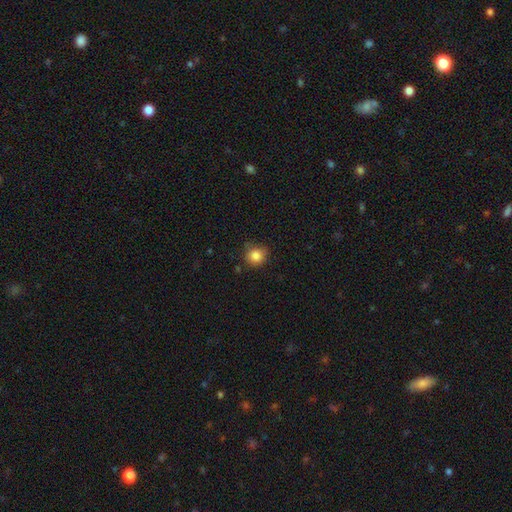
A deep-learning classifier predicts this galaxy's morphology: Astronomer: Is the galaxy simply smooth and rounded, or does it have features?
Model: smooth — 84%.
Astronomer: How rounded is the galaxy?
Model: round — 87%.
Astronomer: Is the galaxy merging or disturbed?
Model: none — 78%.